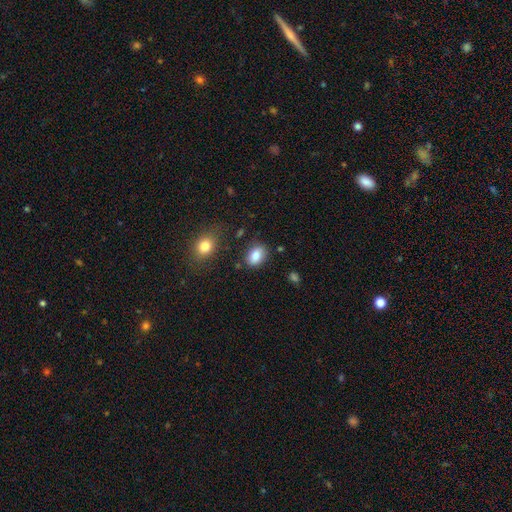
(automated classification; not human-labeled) Smooth or featured: smooth — 86% (star or artifact — 8%)
How rounded: in between — 84% (round — 15%)
Merging: none — 78% (minor disturbance — 15%)